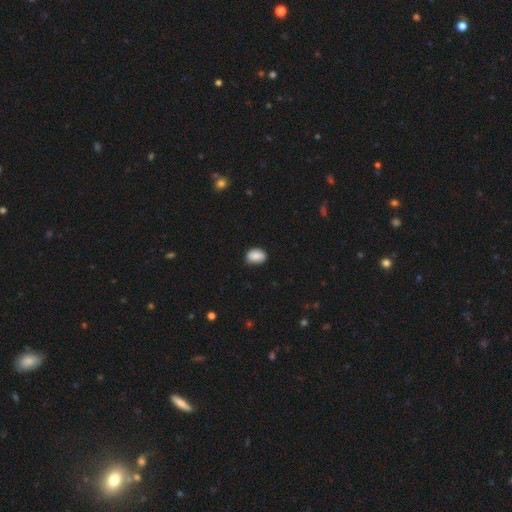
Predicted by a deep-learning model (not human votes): Smooth or featured: smooth — 86% (star or artifact — 8%)
How rounded: in between — 78% (round — 21%)
Merging: none — 79% (minor disturbance — 17%)